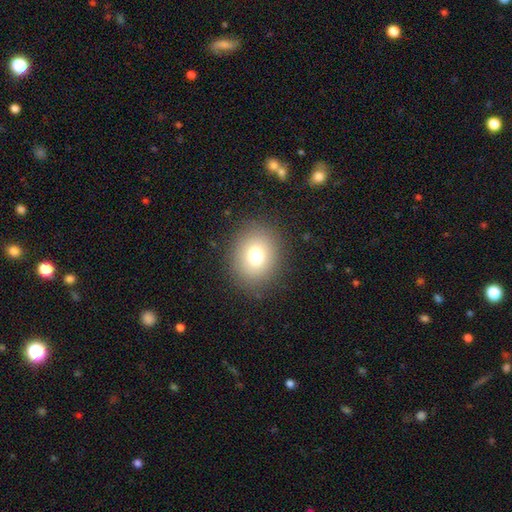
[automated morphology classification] Smooth or featured? smooth (75%)
How rounded? round (64%)
Merging? none (87%)